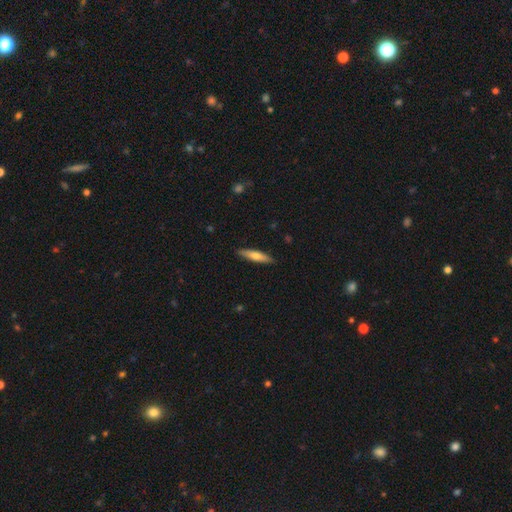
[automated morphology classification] Smooth or featured? Predicted: smooth (p=0.64). How rounded? Predicted: cigar-shaped (p=0.84). Merging? Predicted: none (p=0.90).